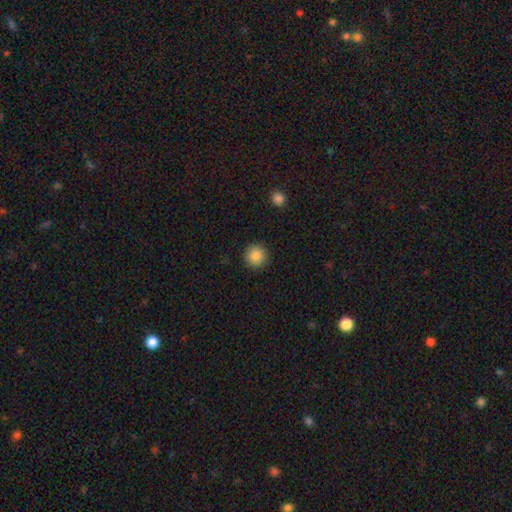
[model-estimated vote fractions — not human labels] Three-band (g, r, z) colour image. It shows a smooth galaxy with no disk features (87%) that is round (95%). Merging: none (92%).